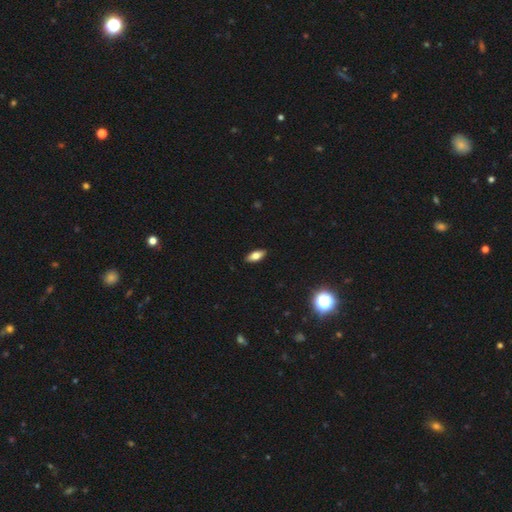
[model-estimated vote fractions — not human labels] Q: Smooth or featured?
A: smooth (70%); runner-up: featured or disk (22%)
Q: How rounded?
A: in between (80%); runner-up: cigar-shaped (17%)
Q: Merging?
A: none (89%); runner-up: minor disturbance (8%)